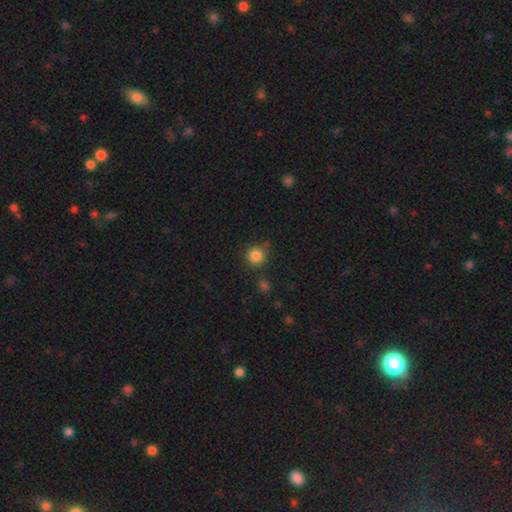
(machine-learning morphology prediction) Smooth or featured?
  - smooth: 85% *
  - star or artifact: 11%
  - featured or disk: 4%
How rounded?
  - round: 93% *
  - in between: 6%
  - cigar-shaped: 1%
Merging?
  - none: 81% *
  - minor disturbance: 10%
  - merger: 5%
  - major disturbance: 3%